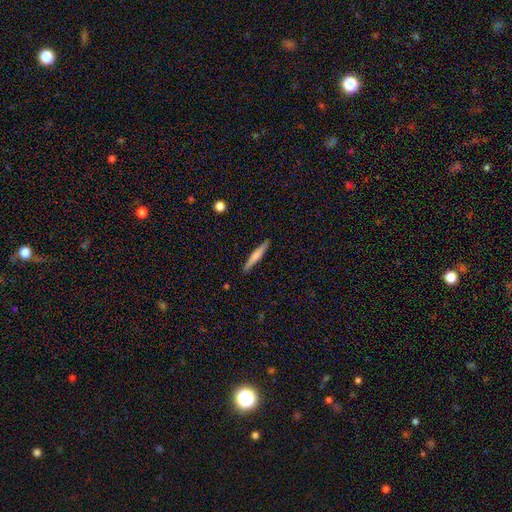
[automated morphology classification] type=smooth (57%); roundness=cigar-shaped (95%); merging=none (91%).